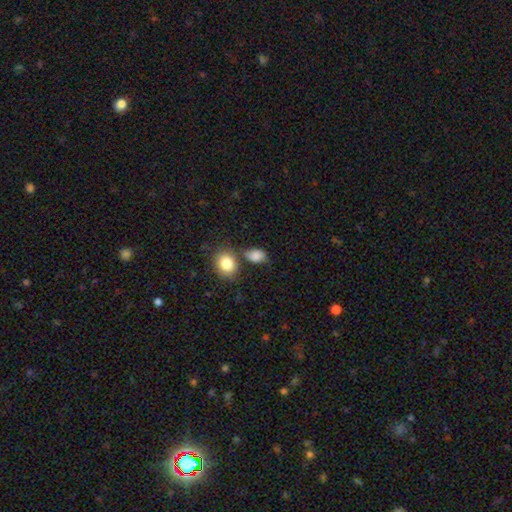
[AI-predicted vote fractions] Q: Smooth or featured?
A: smooth (82%); runner-up: star or artifact (9%)
Q: How rounded?
A: in between (71%); runner-up: round (27%)
Q: Merging?
A: none (55%); runner-up: minor disturbance (22%)